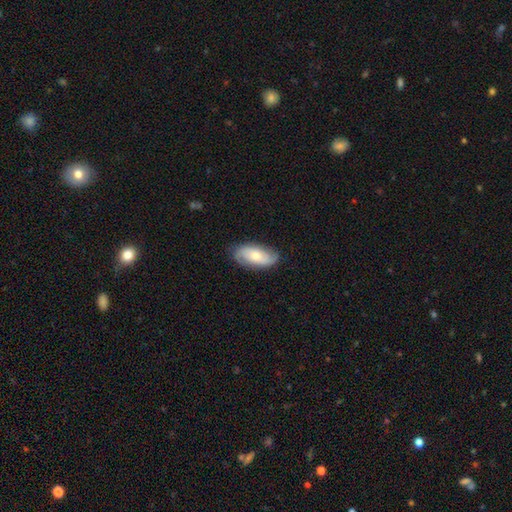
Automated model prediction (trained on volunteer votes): A featured or disk galaxy (56%) with no bar (69%), spiral arms (85%) and a moderate central bulge (50%). Merging: none (80%).